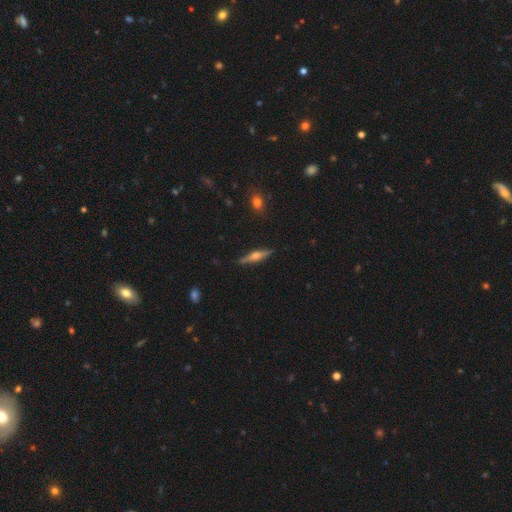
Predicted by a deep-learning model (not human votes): Smooth or featured?
  - featured or disk: 69% *
  - smooth: 24%
  - star or artifact: 6%
Edge-on disk?
  - yes: 97% *
  - no: 3%
Edge-on bulge?
  - rounded: 91% *
  - boxy: 6%
  - none: 3%
Merging?
  - none: 89% *
  - minor disturbance: 8%
  - major disturbance: 2%
  - merger: 1%